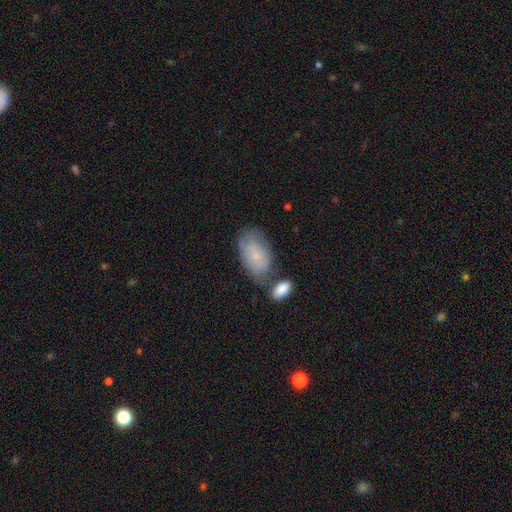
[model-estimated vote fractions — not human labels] Q: Smooth or featured?
A: smooth (70%); runner-up: featured or disk (23%)
Q: How rounded?
A: in between (93%); runner-up: round (5%)
Q: Merging?
A: none (50%); runner-up: minor disturbance (22%)